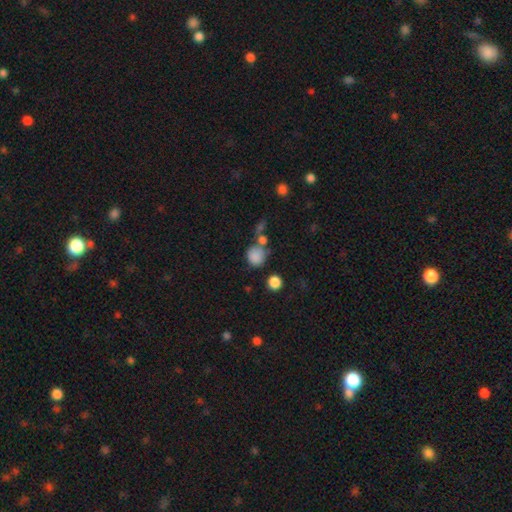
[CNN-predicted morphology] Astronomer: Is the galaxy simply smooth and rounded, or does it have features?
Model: smooth — 82%.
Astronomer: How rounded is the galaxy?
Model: round — 83%.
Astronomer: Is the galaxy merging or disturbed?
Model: none — 54%.